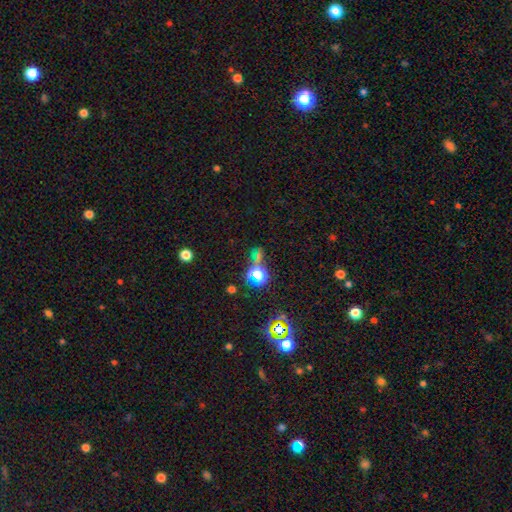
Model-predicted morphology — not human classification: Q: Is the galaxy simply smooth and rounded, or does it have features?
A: star or artifact — 63%.